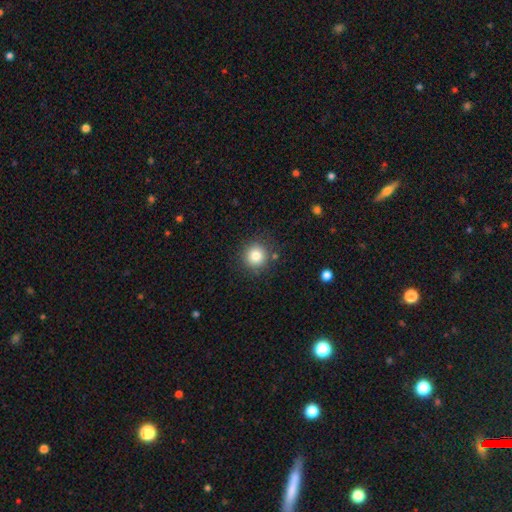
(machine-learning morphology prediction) A smooth galaxy with no disk features (82%) that is round (94%).

Vote fractions:
- Smooth or featured? smooth: 82% / star or artifact: 11% / featured or disk: 7%
- How rounded? round: 94% / in between: 5% / cigar-shaped: 1%
- Merging? none: 86% / minor disturbance: 9% / major disturbance: 3% / merger: 3%